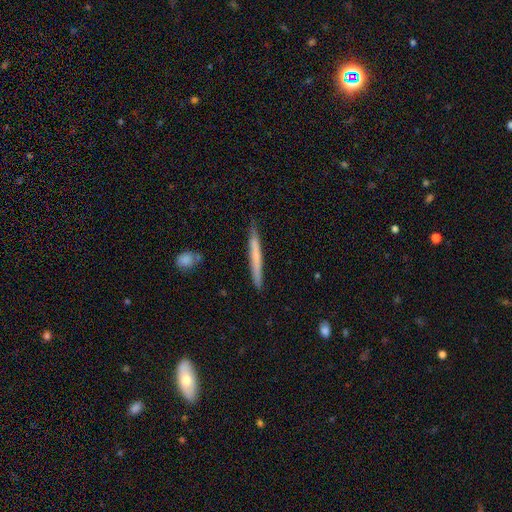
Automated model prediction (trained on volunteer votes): Smooth or featured?
  - smooth: 58% *
  - featured or disk: 36%
  - star or artifact: 6%
How rounded?
  - cigar-shaped: 97% *
  - in between: 2%
  - round: 1%
Merging?
  - none: 85% *
  - minor disturbance: 11%
  - major disturbance: 2%
  - merger: 2%